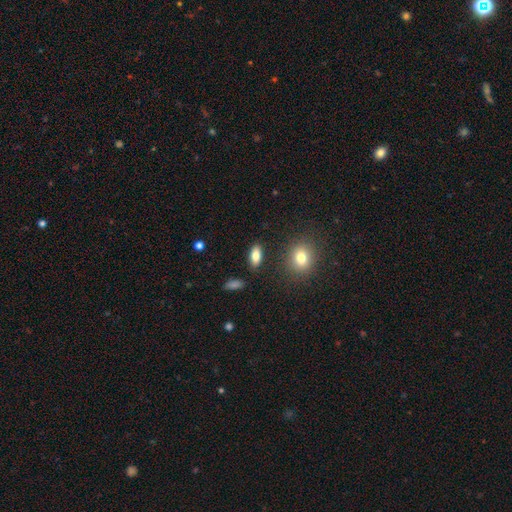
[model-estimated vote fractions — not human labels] smooth-or-featured: smooth: 81% | featured or disk: 11% | star or artifact: 8%
  how-rounded: in between: 85% | cigar-shaped: 11% | round: 3%
  merging: none: 87% | minor disturbance: 9% | major disturbance: 2% | merger: 2%